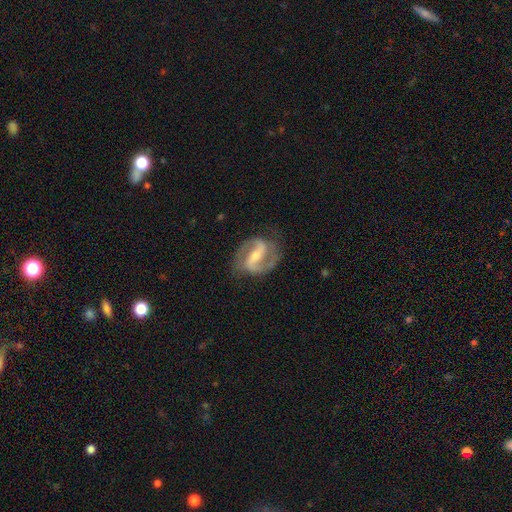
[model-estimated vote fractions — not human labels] Smooth or featured: featured or disk — 90% (smooth — 5%)
Edge-on disk: no — 97% (yes — 3%)
Bar: strong — 56% (weak — 32%)
Spiral arms: yes — 97% (no — 3%)
Spiral winding: medium — 56% (loose — 24%)
Spiral arm count: 2 — 93% (can't tell — 2%)
Bulge size: moderate — 51% (small — 44%)
Merging: none — 80% (minor disturbance — 13%)